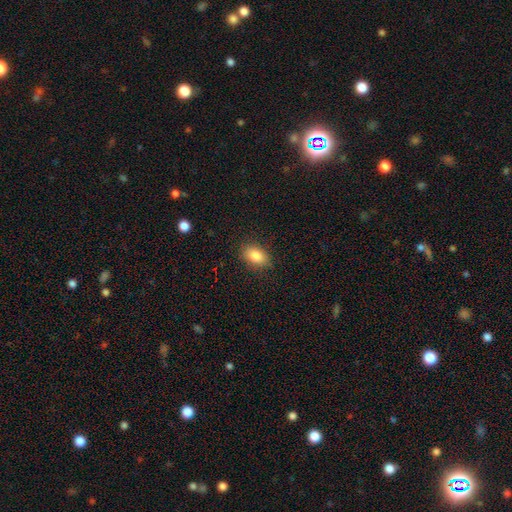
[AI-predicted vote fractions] smooth-or-featured: smooth: 84% | star or artifact: 9% | featured or disk: 7%
  how-rounded: in between: 85% | round: 14% | cigar-shaped: 2%
  merging: none: 86% | minor disturbance: 11% | major disturbance: 3% | merger: 1%